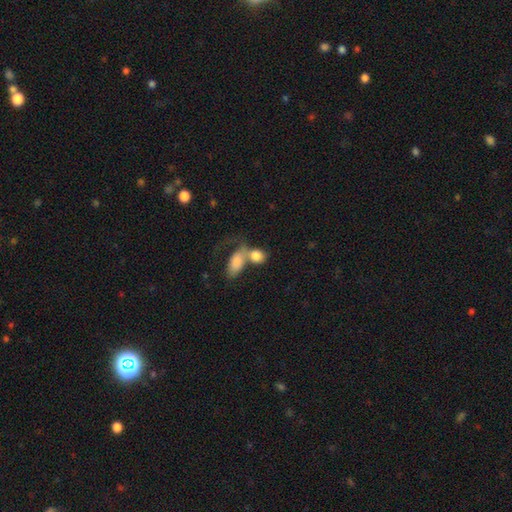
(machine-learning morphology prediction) smooth-or-featured: smooth: 80% | featured or disk: 12% | star or artifact: 7%
  how-rounded: in between: 65% | round: 32% | cigar-shaped: 4%
  merging: merger: 62% | none: 21% | major disturbance: 9% | minor disturbance: 8%